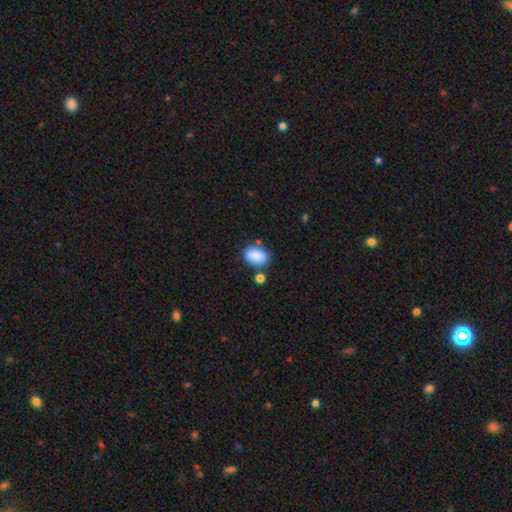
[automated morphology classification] smooth_or_featured: smooth (p=0.87) [alt: star or artifact p=0.08]
how_rounded: in between (p=0.87) [alt: round p=0.12]
merging: none (p=0.68) [alt: minor disturbance p=0.16]